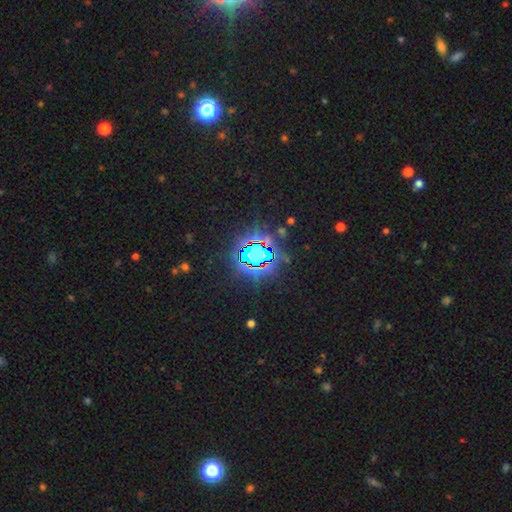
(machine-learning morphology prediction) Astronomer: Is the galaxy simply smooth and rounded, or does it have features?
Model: star or artifact — 78%.